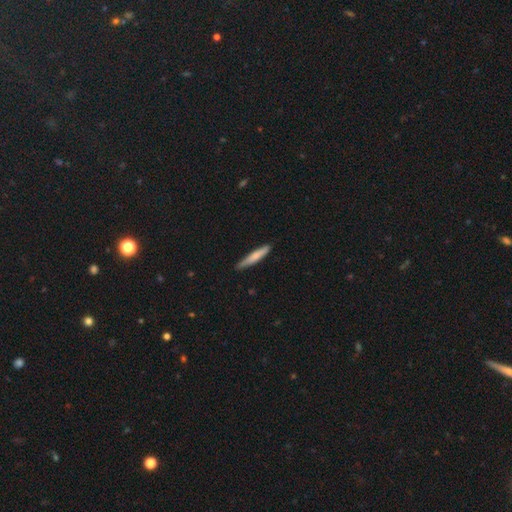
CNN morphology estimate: This is likely a smooth galaxy (70%). How rounded: clearly cigar-shaped (93%). Merging: clearly none (85%).